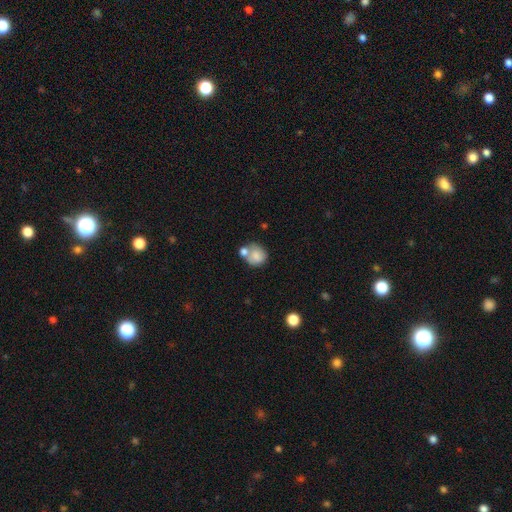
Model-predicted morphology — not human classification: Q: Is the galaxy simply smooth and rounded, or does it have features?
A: smooth — 77%.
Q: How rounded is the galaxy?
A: round — 77%.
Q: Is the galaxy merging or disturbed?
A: merger — 41%.